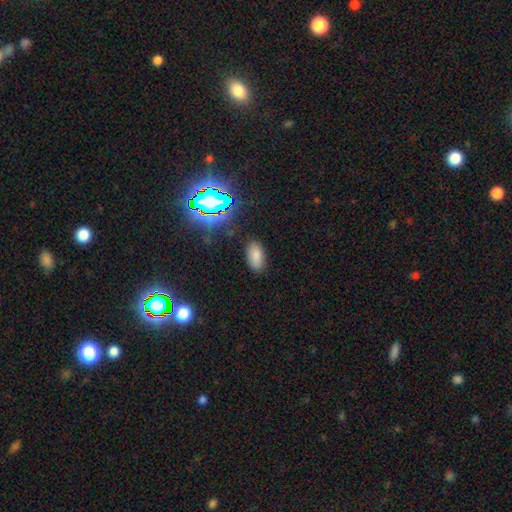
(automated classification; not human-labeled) This appears to be a smooth galaxy with no disk features (78%) that is in between round and cigar-shaped (93%). Merging: none (84%).